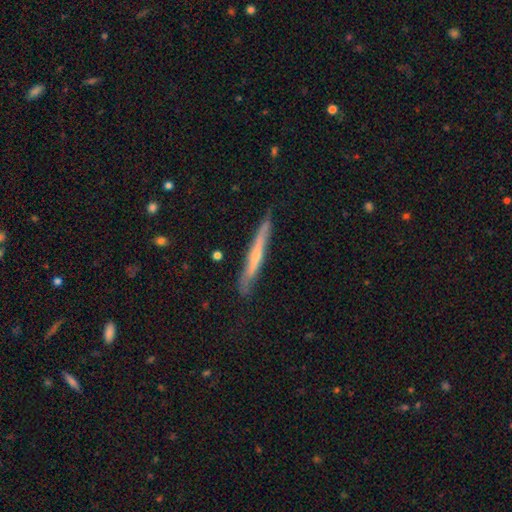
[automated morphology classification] Smooth or featured: featured or disk — 56% (smooth — 38%)
Edge-on disk: yes — 94% (no — 6%)
Edge-on bulge: none — 54% (rounded — 39%)
Merging: none — 82% (minor disturbance — 14%)